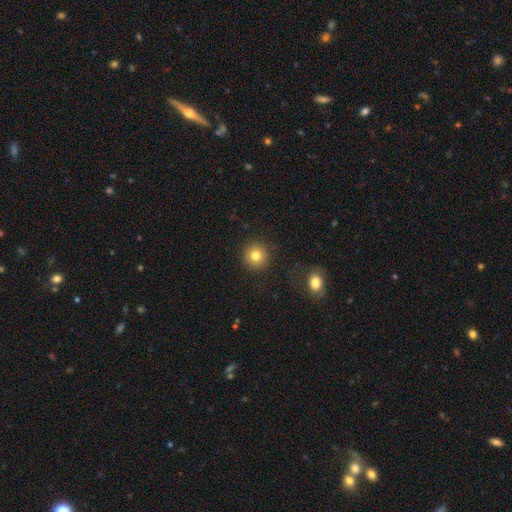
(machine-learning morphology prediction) Smooth or featured?
  - smooth: 81% *
  - star or artifact: 11%
  - featured or disk: 8%
How rounded?
  - round: 94% *
  - in between: 5%
  - cigar-shaped: 1%
Merging?
  - none: 90% *
  - minor disturbance: 6%
  - major disturbance: 3%
  - merger: 2%